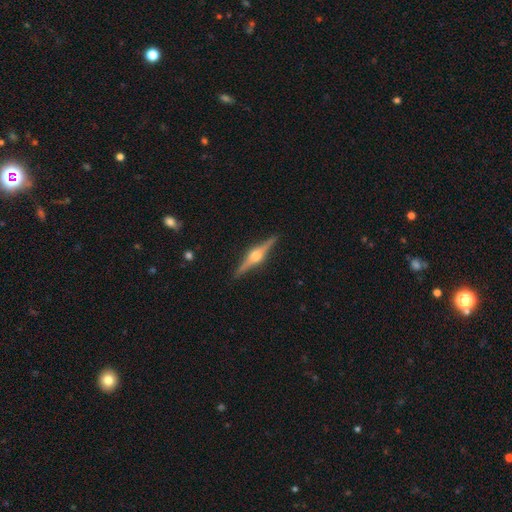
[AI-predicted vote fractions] Smooth or featured: featured or disk — 85% (smooth — 10%)
Edge-on disk: yes — 98% (no — 2%)
Edge-on bulge: rounded — 95% (boxy — 4%)
Merging: none — 91% (minor disturbance — 6%)